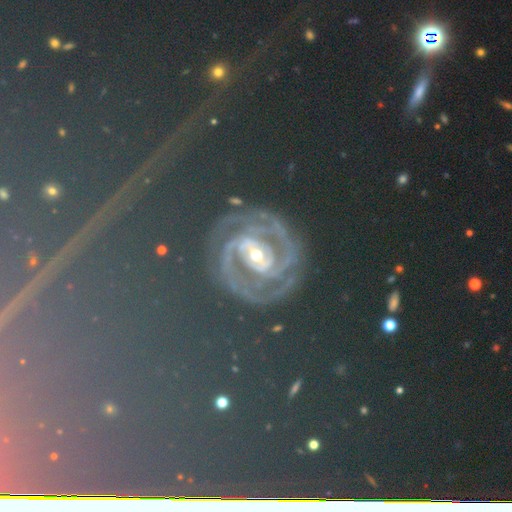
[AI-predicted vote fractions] Q: Smooth or featured?
A: star or artifact (46%); runner-up: featured or disk (37%)